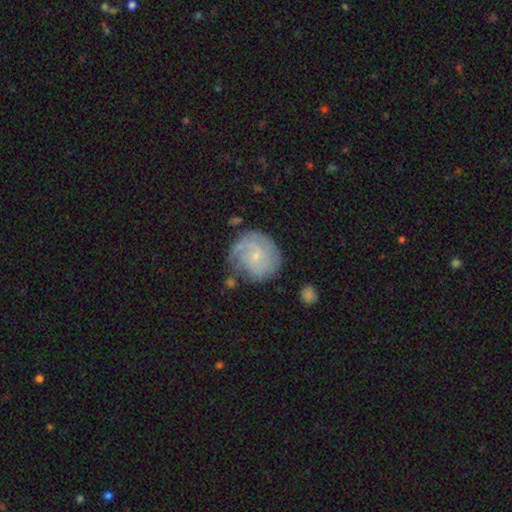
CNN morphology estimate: Smooth or featured? featured or disk (68%)
Edge-on disk? no (98%)
Bar? no (61%)
Spiral arms? yes (90%)
Spiral winding? tight (59%)
Spiral arm count? can't tell (37%)
Bulge size? small (79%)
Merging? none (67%)